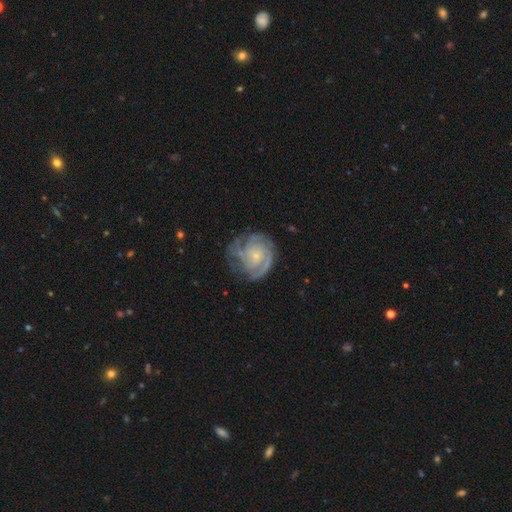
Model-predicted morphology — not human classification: Smooth or featured? featured or disk (85%)
Edge-on disk? no (98%)
Bar? no (75%)
Spiral arms? yes (96%)
Spiral winding? tight (65%)
Spiral arm count? 3 (28%, tied with 2)
Bulge size? small (78%)
Merging? none (63%)